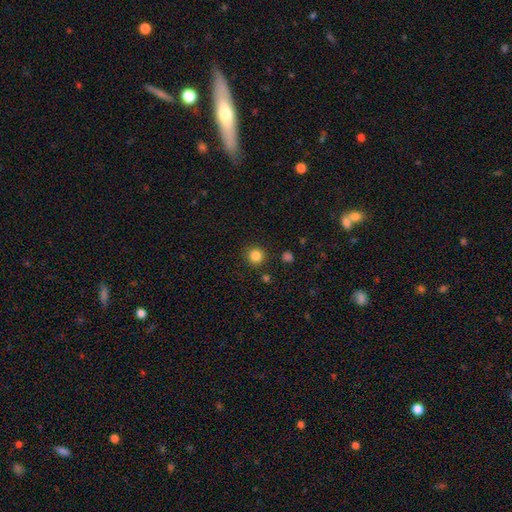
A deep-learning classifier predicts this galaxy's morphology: Q: Smooth or featured?
A: smooth (84%); runner-up: star or artifact (12%)
Q: How rounded?
A: round (93%); runner-up: in between (6%)
Q: Merging?
A: none (89%); runner-up: minor disturbance (6%)